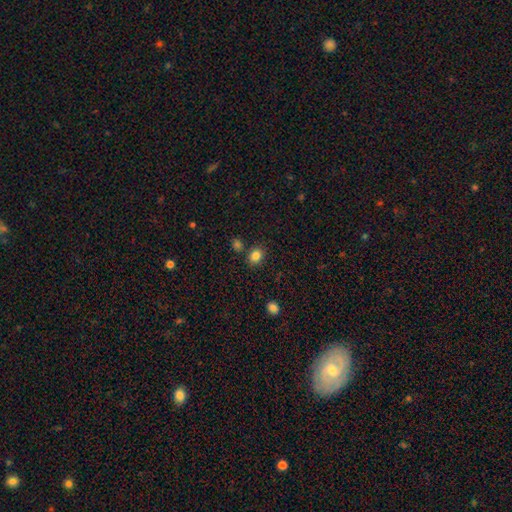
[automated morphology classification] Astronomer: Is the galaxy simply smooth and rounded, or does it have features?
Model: smooth — 84%.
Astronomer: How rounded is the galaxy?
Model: round — 59% (runner-up: in between, 40%).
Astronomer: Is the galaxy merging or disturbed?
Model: none — 81%.